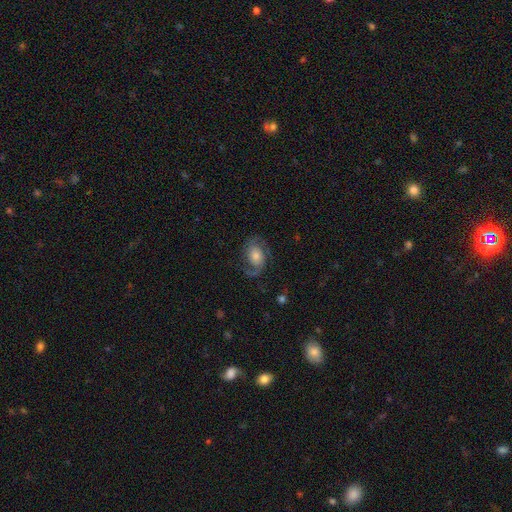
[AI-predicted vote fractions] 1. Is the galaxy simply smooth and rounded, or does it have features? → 80% featured or disk, 13% smooth, 7% star or artifact.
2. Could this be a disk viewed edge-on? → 97% no, 3% yes.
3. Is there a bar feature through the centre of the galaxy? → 67% no, 27% weak, 7% strong.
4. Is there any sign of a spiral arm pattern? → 96% yes, 4% no.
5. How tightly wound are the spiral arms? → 51% medium, 26% loose, 23% tight.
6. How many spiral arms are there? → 88% 2, 5% 1, 3% can't tell, 2% 3, 1% 4, 1% more than 4.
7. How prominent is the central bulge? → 48% moderate, 23% small, 21% large, 5% none, 3% dominant.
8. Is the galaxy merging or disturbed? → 73% none, 15% minor disturbance, 10% major disturbance, 1% merger.